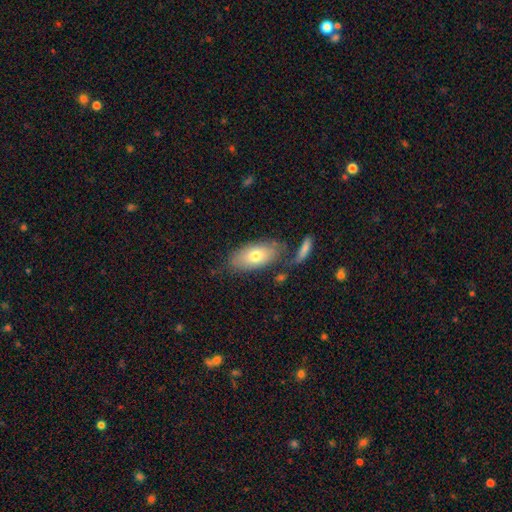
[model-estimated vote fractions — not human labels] A smooth galaxy with no disk features (72%) that is in between round and cigar-shaped (90%). Merging: none (67%).